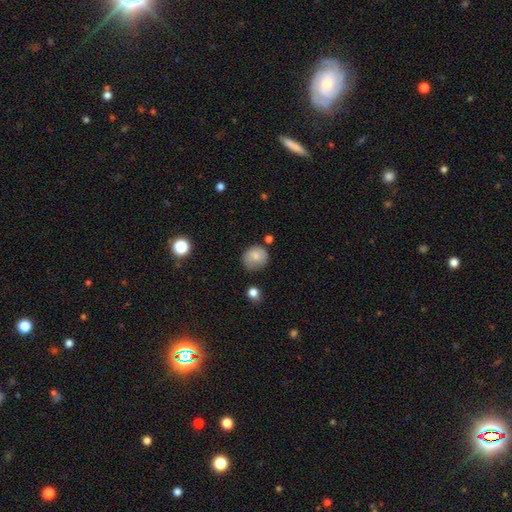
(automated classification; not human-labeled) This is likely a smooth galaxy (77%). How rounded: likely round (79%). Merging: likely none (65%).